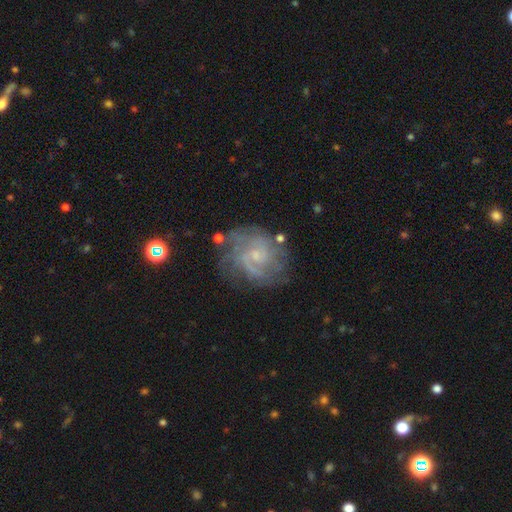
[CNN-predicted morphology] Smooth or featured? Predicted: featured or disk (p=0.82). Edge-on disk? Predicted: no (p=0.98). Bar? Predicted: no (p=0.57). Spiral arms? Predicted: yes (p=0.93). Spiral winding? Predicted: tight (p=0.45). Spiral arm count? Predicted: can't tell (p=0.32). Bulge size? Predicted: small (p=0.68). Merging? Predicted: none (p=0.65).